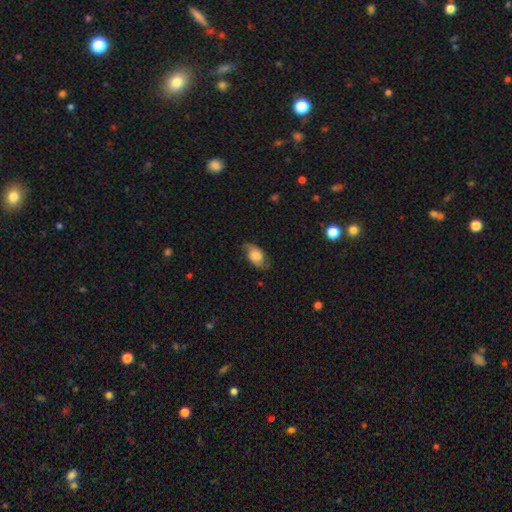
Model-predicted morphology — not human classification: A smooth galaxy with no disk features (52%) that is in between round and cigar-shaped (87%). Merging: none (72%).